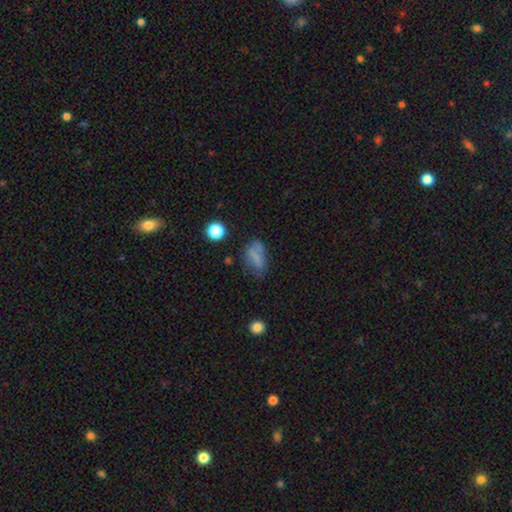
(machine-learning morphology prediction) Q: Smooth or featured?
A: smooth (64%); runner-up: featured or disk (21%)
Q: How rounded?
A: in between (83%); runner-up: round (11%)
Q: Merging?
A: none (51%); runner-up: minor disturbance (27%)